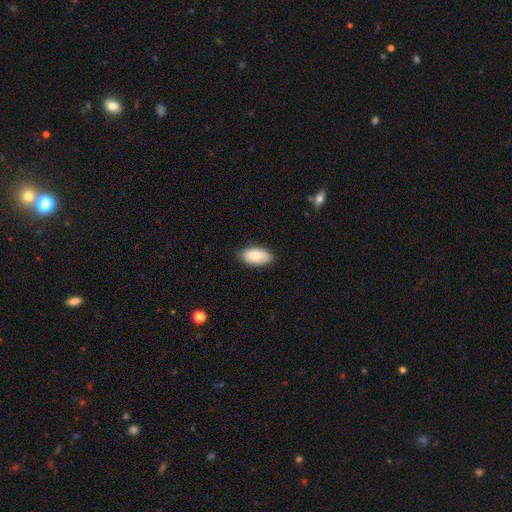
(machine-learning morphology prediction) Smooth or featured? smooth (87%)
How rounded? in between (95%)
Merging? none (87%)